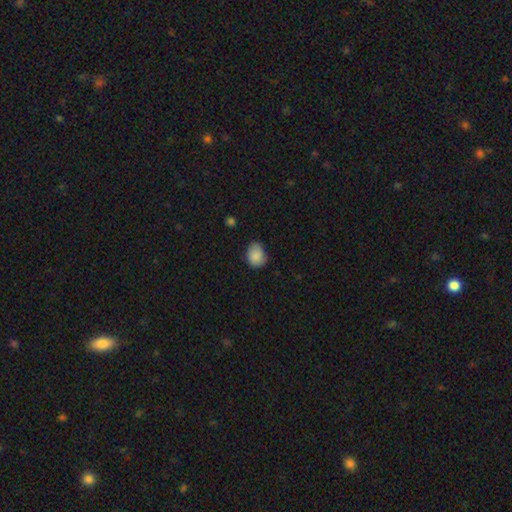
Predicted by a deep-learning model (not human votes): Smooth or featured? Predicted: smooth (p=0.86). How rounded? Predicted: in between (p=0.52). Merging? Predicted: none (p=0.65).